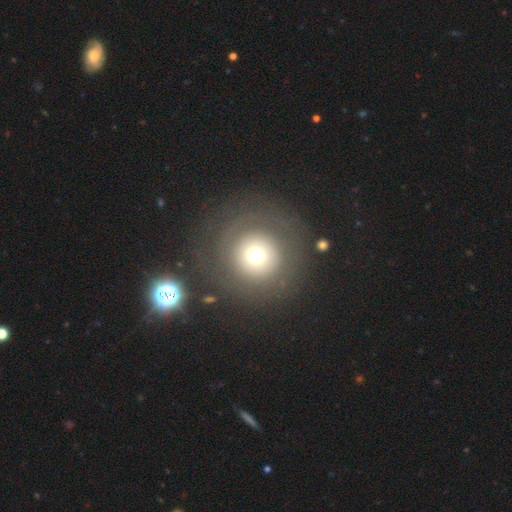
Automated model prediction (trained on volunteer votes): Smooth or featured: smooth — 58% (featured or disk — 29%)
How rounded: round — 95% (in between — 4%)
Merging: none — 78% (minor disturbance — 10%)